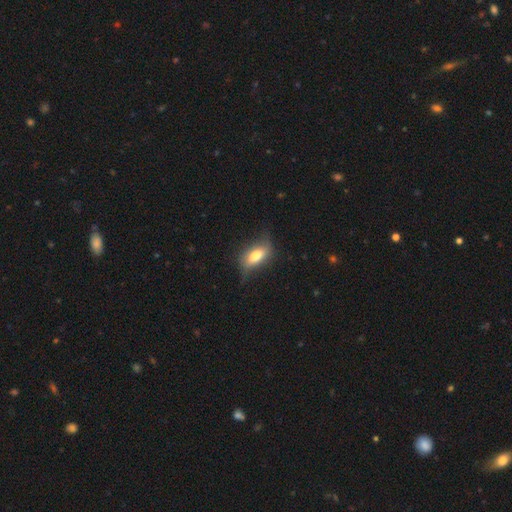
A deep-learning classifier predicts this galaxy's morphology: This is likely a smooth galaxy (69%). How rounded: clearly in between (81%). Merging: possibly none (60%).